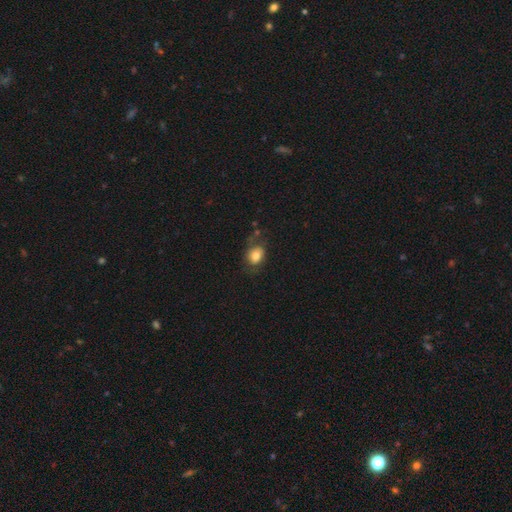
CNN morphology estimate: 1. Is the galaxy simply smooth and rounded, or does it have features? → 72% smooth, 19% featured or disk, 9% star or artifact.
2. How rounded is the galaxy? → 55% in between, 44% round, 1% cigar-shaped.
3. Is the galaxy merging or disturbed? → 55% none, 25% minor disturbance, 16% major disturbance, 4% merger.